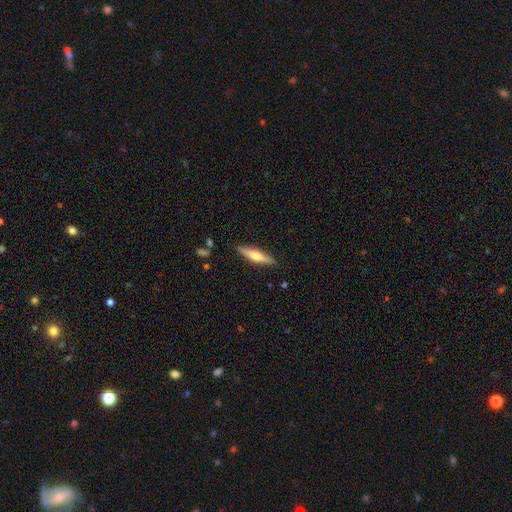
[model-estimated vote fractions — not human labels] A featured or disk galaxy (48%). Merging: none (88%).